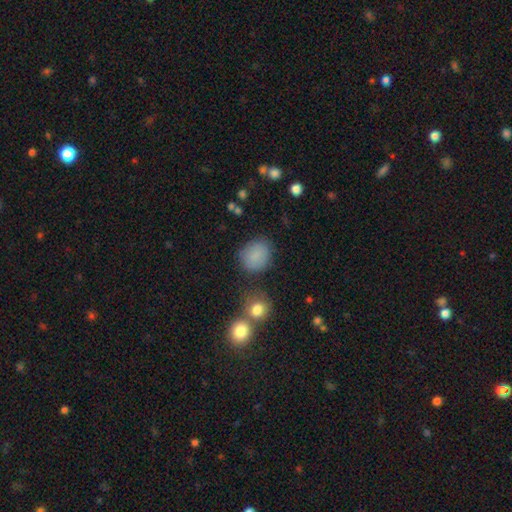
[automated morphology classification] Smooth or featured?
  - smooth: 83% *
  - star or artifact: 10%
  - featured or disk: 7%
How rounded?
  - round: 70% *
  - in between: 29%
  - cigar-shaped: 1%
Merging?
  - none: 79% *
  - minor disturbance: 12%
  - merger: 5%
  - major disturbance: 4%